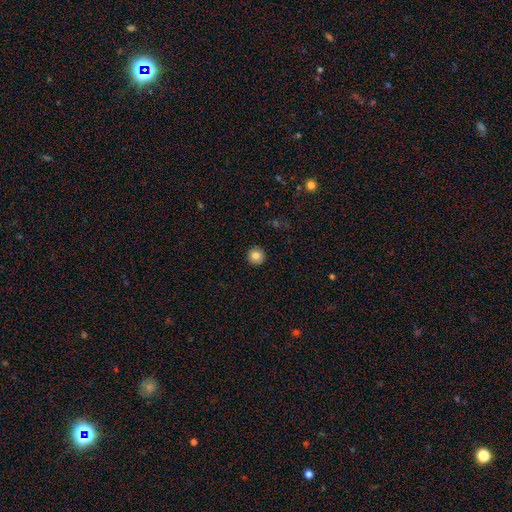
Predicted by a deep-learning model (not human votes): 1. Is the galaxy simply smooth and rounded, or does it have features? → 84% smooth, 9% star or artifact, 7% featured or disk.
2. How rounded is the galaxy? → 95% round, 4% in between, 1% cigar-shaped.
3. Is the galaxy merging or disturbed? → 93% none, 5% minor disturbance, 2% major disturbance, 1% merger.